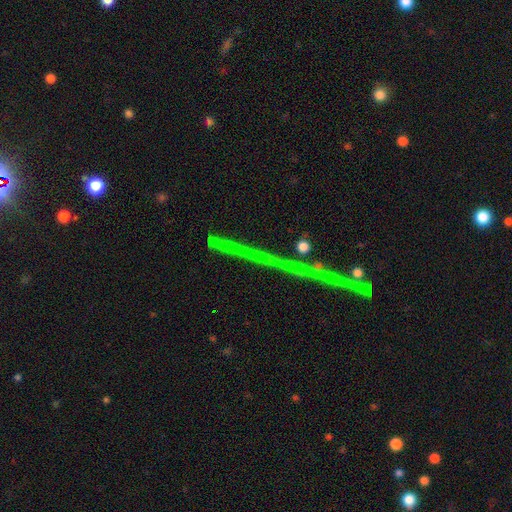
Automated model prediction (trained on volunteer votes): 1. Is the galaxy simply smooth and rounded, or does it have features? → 71% star or artifact, 17% featured or disk, 12% smooth.